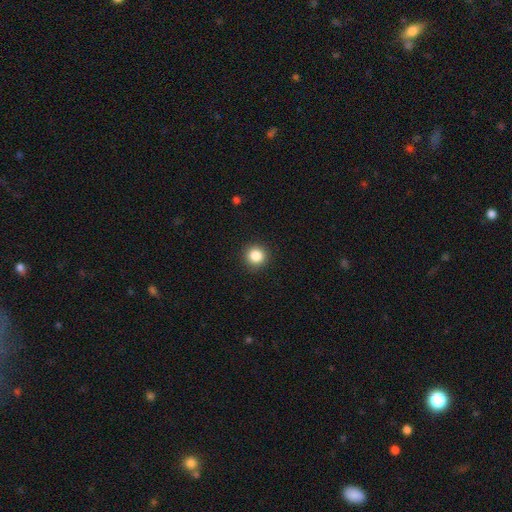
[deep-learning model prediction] smooth_or_featured: smooth (p=0.85) [alt: star or artifact p=0.11]
how_rounded: round (p=0.93) [alt: in between p=0.06]
merging: none (p=0.92) [alt: minor disturbance p=0.05]